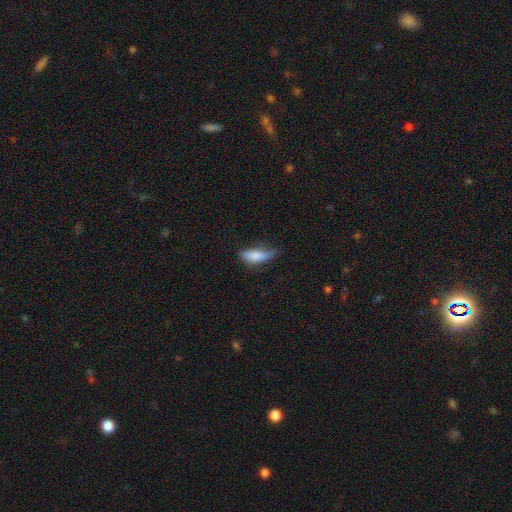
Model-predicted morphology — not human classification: Smooth or featured?
  - smooth: 82% *
  - featured or disk: 11%
  - star or artifact: 7%
How rounded?
  - in between: 64% *
  - cigar-shaped: 33%
  - round: 2%
Merging?
  - none: 42% *
  - minor disturbance: 40%
  - major disturbance: 16%
  - merger: 2%